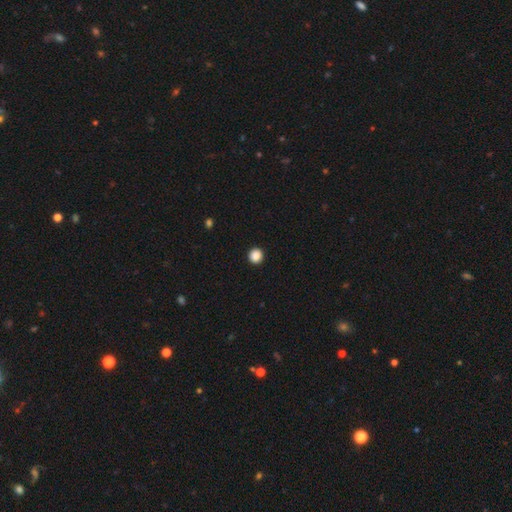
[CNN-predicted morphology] A smooth galaxy with no disk features (88%) that is round (94%). Merging: none (94%).